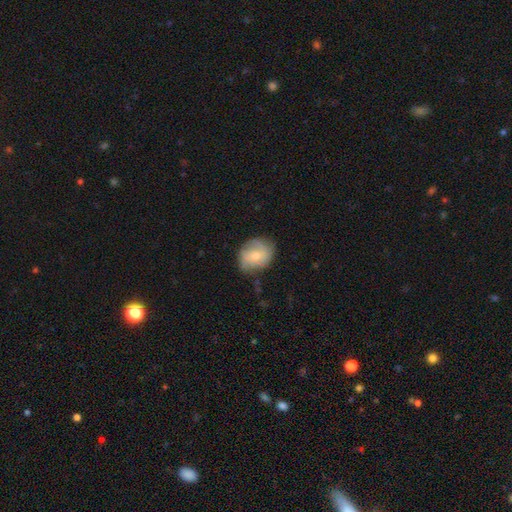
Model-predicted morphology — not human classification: A smooth galaxy with no disk features (61%) that is round (51%). Merging: none (66%).